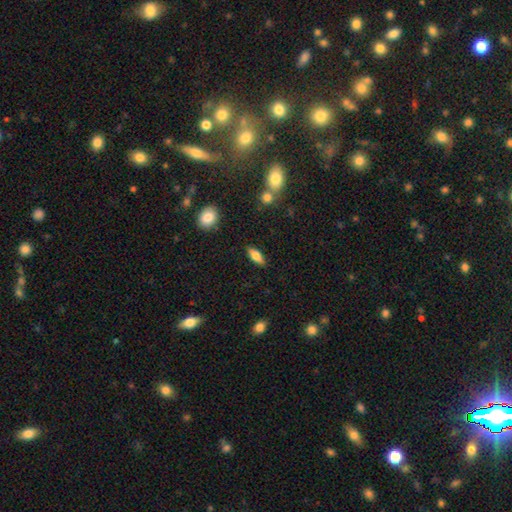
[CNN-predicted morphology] Smooth or featured?
  - smooth: 69% *
  - featured or disk: 24%
  - star or artifact: 7%
How rounded?
  - in between: 72% *
  - cigar-shaped: 25%
  - round: 3%
Merging?
  - none: 87% *
  - minor disturbance: 9%
  - major disturbance: 2%
  - merger: 2%